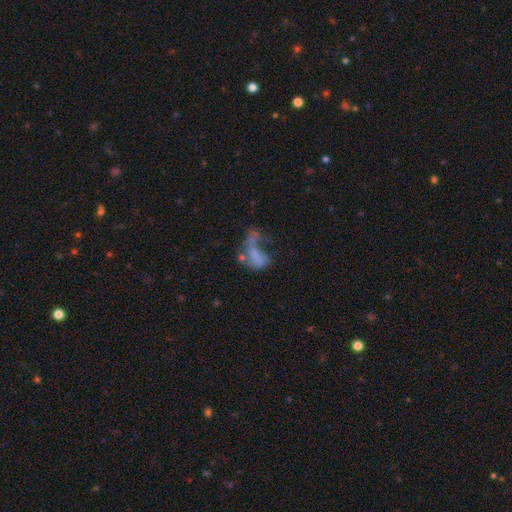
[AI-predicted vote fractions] smooth-or-featured: smooth: 43% | featured or disk: 42% | star or artifact: 15%
  merging: major disturbance: 50% | merger: 21% | none: 17% | minor disturbance: 12%